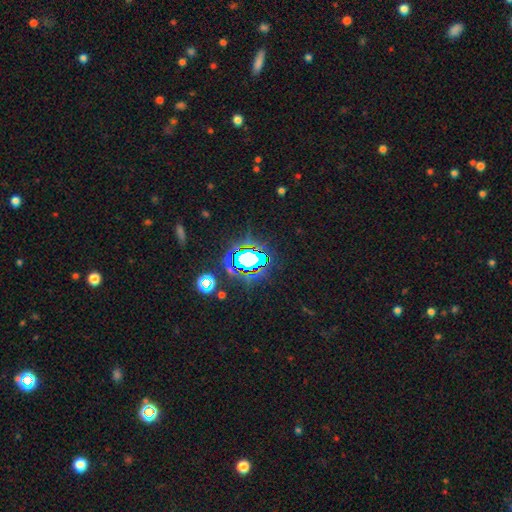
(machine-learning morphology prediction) star or artifact 70%, smooth 17%, featured or disk 13%.